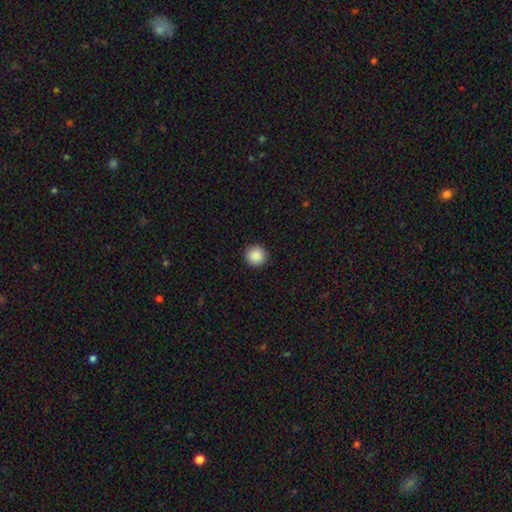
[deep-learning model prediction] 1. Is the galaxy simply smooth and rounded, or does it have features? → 89% smooth, 8% star or artifact, 3% featured or disk.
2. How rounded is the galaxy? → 95% round, 4% in between, 1% cigar-shaped.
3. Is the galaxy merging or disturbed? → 93% none, 5% minor disturbance, 2% major disturbance, 1% merger.